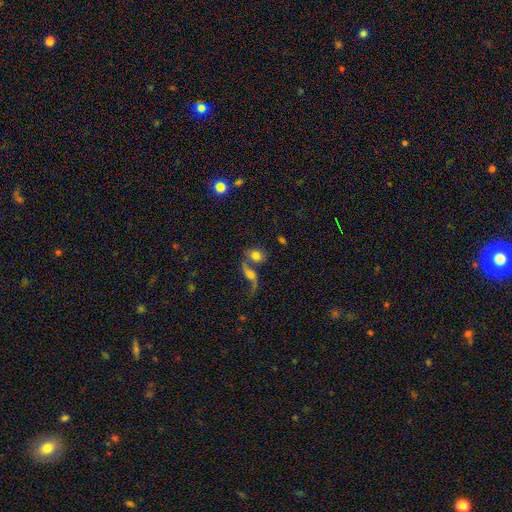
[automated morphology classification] smooth_or_featured: smooth (p=0.58) [alt: featured or disk p=0.30]
how_rounded: in between (p=0.58) [alt: round p=0.39]
merging: merger (p=0.55) [alt: none p=0.28]